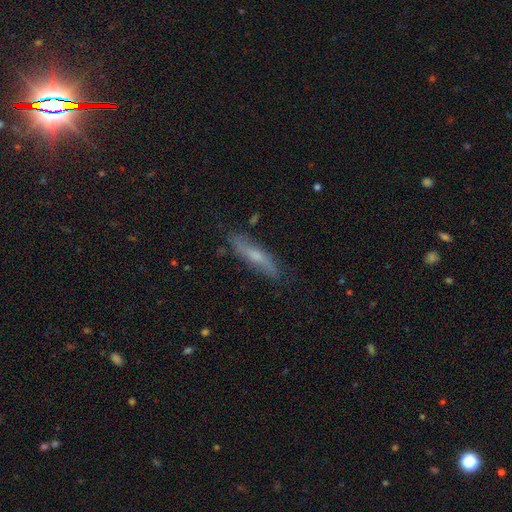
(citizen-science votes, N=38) Smooth or featured? 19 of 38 (50%, tied with featured or disk) said smooth. How rounded? 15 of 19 (79%) said cigar-shaped. Merging? 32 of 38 (84%) said none.